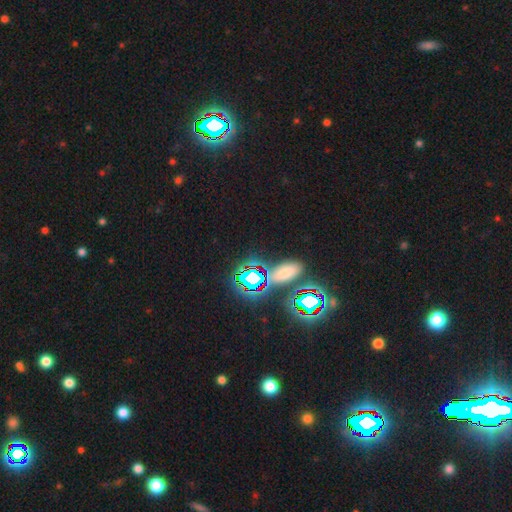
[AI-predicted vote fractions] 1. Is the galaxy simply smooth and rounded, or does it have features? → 72% star or artifact, 17% smooth, 11% featured or disk.